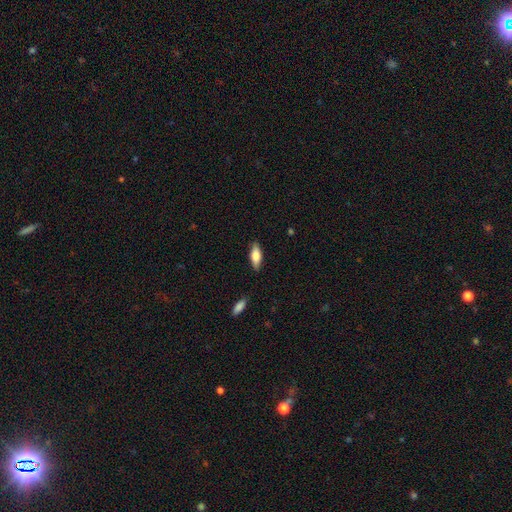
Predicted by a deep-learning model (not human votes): This is likely a smooth galaxy (71%). How rounded: likely in between (68%). Merging: clearly none (85%).